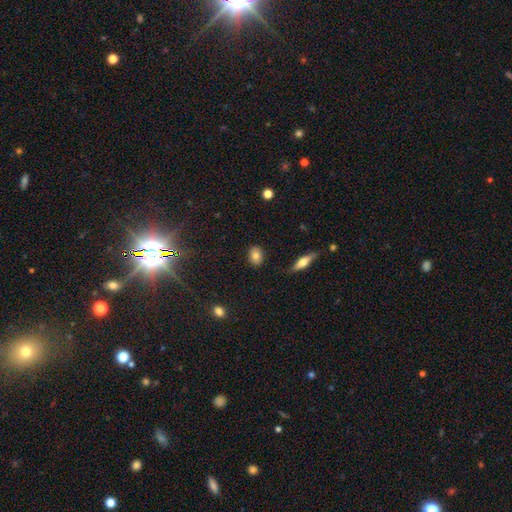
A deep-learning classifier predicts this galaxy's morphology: type=smooth (81%); roundness=in between (62%); merging=none (87%).